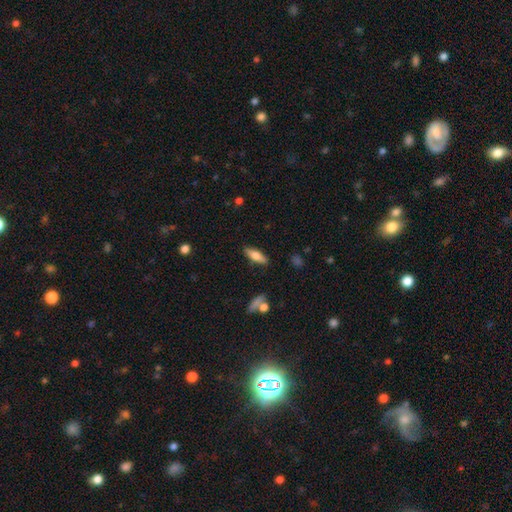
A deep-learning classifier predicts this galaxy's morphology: Smooth or featured? smooth (60%)
How rounded? in between (52%)
Merging? none (85%)